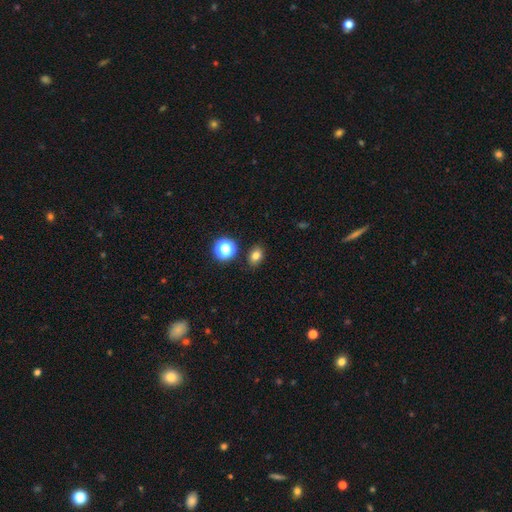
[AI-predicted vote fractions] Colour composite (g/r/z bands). It shows a smooth galaxy with no disk features (77%) that is in between round and cigar-shaped (64%). Merging: none (86%).